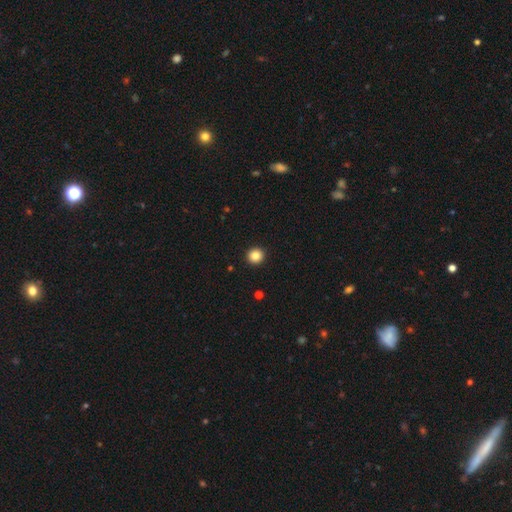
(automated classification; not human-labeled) smooth 86%, star or artifact 10%, featured or disk 4%. Down the decision tree: how rounded — round (94%); merging — none (94%).